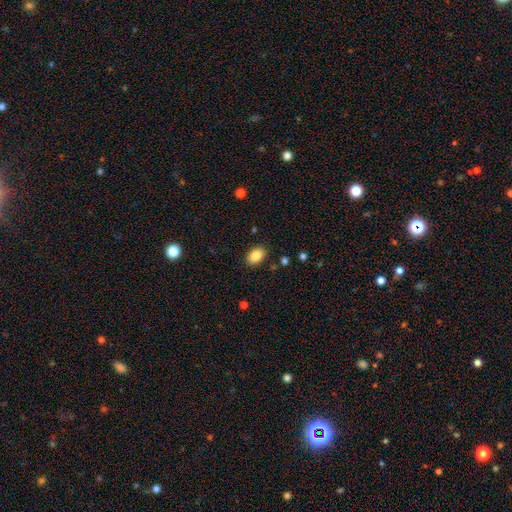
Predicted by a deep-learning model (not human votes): Smooth or featured? Predicted: smooth (p=0.87). How rounded? Predicted: in between (p=0.87). Merging? Predicted: none (p=0.88).